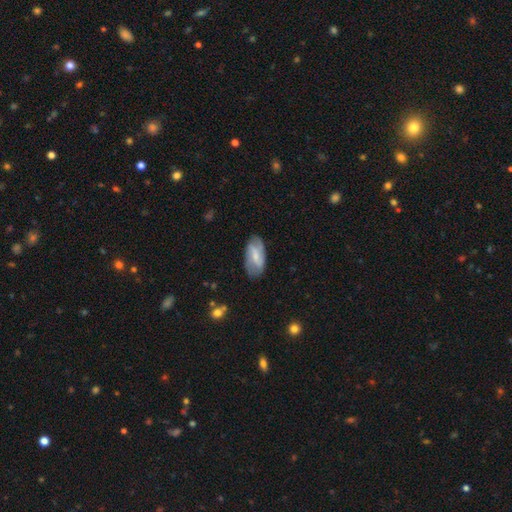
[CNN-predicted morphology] Smooth or featured? Predicted: featured or disk (p=0.53). Edge-on disk? Predicted: no (p=0.93). Merging? Predicted: none (p=0.76).